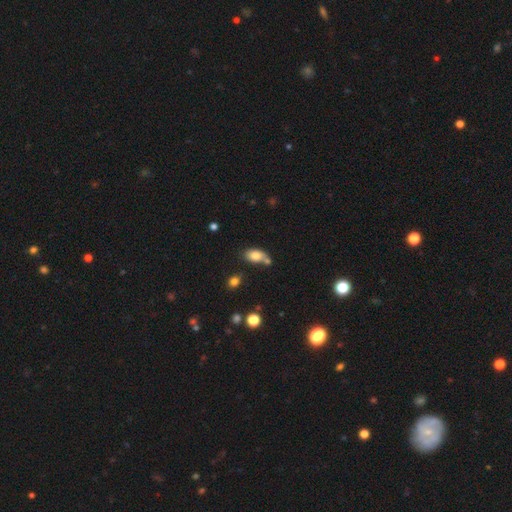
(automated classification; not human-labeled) Smooth or featured?
  - smooth: 80% *
  - featured or disk: 11%
  - star or artifact: 9%
How rounded?
  - in between: 87% *
  - round: 10%
  - cigar-shaped: 2%
Merging?
  - none: 46% *
  - merger: 28%
  - minor disturbance: 19%
  - major disturbance: 7%